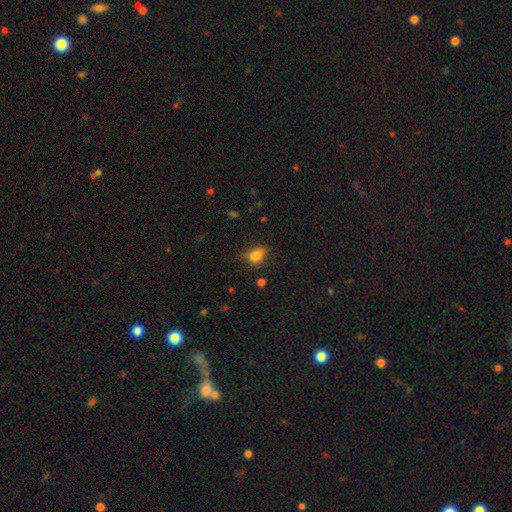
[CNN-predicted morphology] This appears to be a smooth galaxy with no disk features (83%) that is in between round and cigar-shaped (71%). Merging: none (60%).